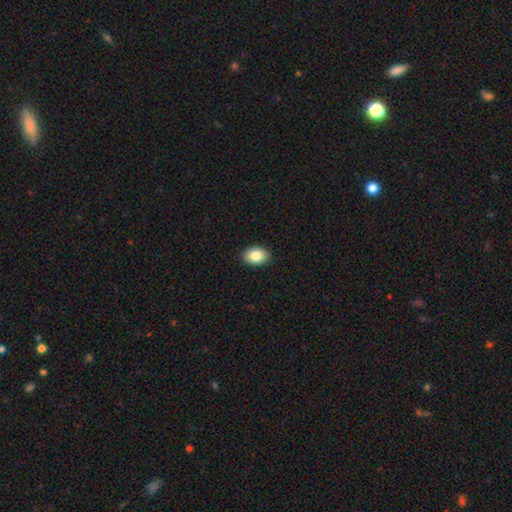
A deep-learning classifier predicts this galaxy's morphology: smooth_or_featured: smooth (p=0.86) [alt: star or artifact p=0.07]
how_rounded: in between (p=0.82) [alt: round p=0.17]
merging: none (p=0.90) [alt: minor disturbance p=0.07]